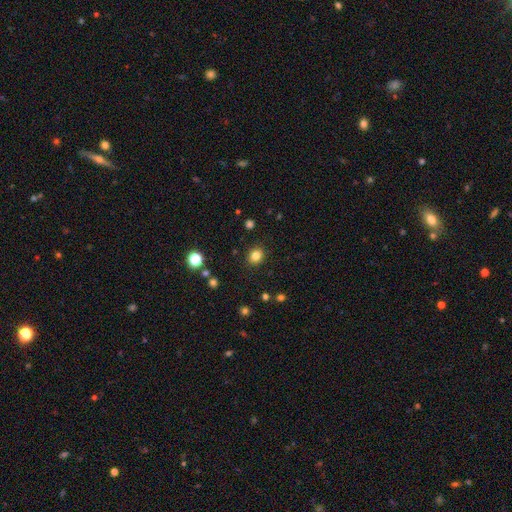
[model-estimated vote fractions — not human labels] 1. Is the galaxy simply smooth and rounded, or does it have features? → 82% smooth, 13% star or artifact, 5% featured or disk.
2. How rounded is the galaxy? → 76% round, 24% in between, 1% cigar-shaped.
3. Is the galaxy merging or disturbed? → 90% none, 6% minor disturbance, 2% major disturbance, 1% merger.